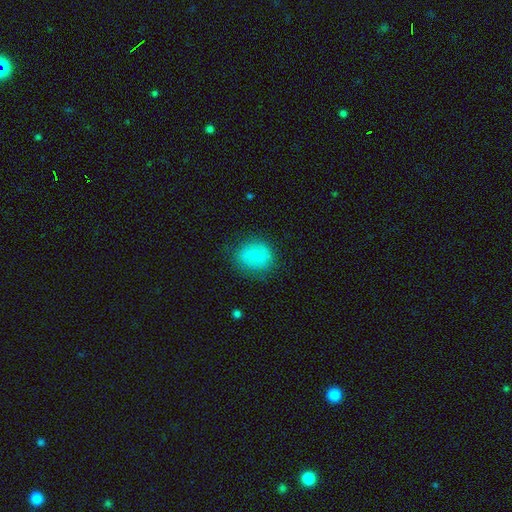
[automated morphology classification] The model was most divided on "smooth or featured": smooth: 68%, featured or disk: 25%, star or artifact: 8%. More confident: merging — none (77%); how rounded — round (75%).